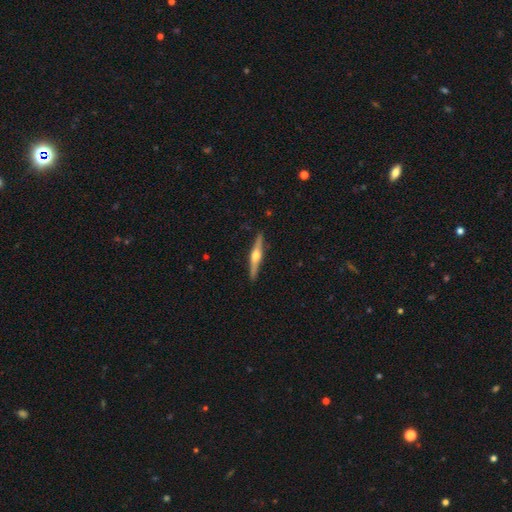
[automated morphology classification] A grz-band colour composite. It shows a featured or disk galaxy (75%) viewed edge-on (98%) with a rounded central bulge (95%). Merging: none (91%).